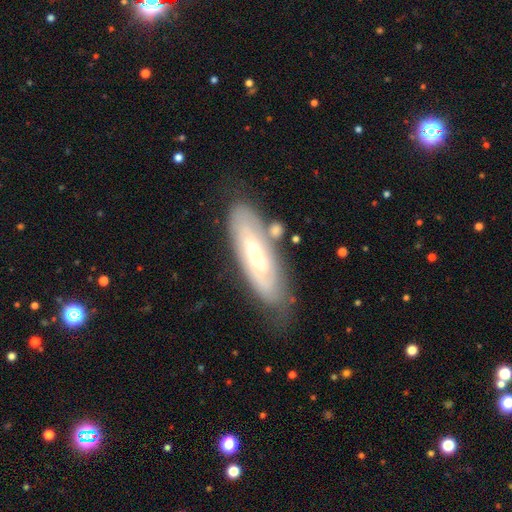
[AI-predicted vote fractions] Smooth or featured? Predicted: featured or disk (p=0.62). Edge-on disk? Predicted: no (p=0.75). Merging? Predicted: none (p=0.67).